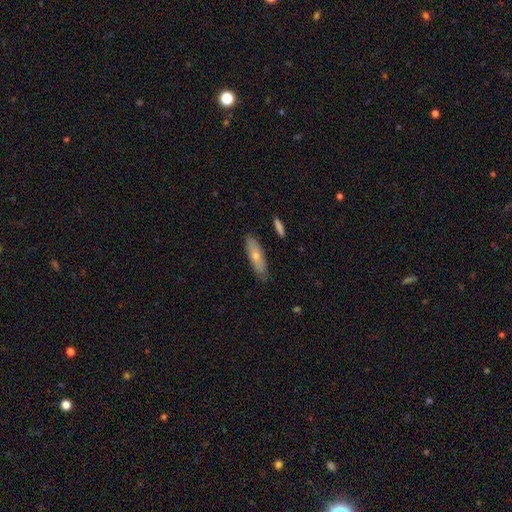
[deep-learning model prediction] Overall: smooth (56%; featured or disk 37%). How rounded: cigar-shaped (67%; in between 31%). Merging: none (86%).